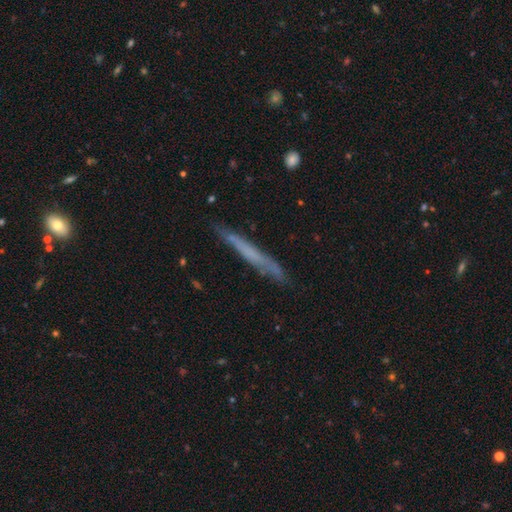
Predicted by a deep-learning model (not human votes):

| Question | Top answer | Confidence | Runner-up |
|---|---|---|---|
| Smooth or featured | featured or disk | 47% | smooth (45%) |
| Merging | none | 87% | minor disturbance (10%) |